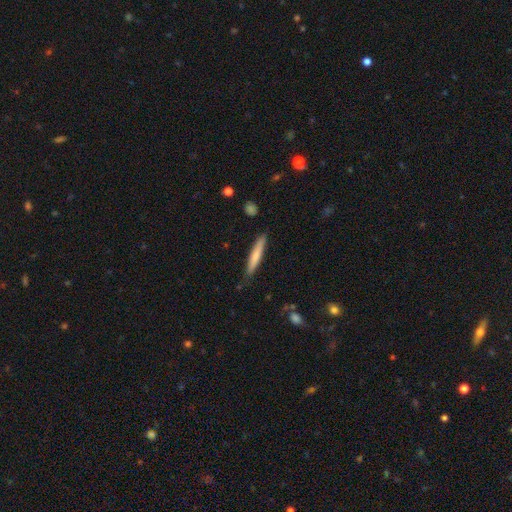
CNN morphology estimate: Overall: smooth (70%). How rounded: cigar-shaped (93%). Merging: none (84%).